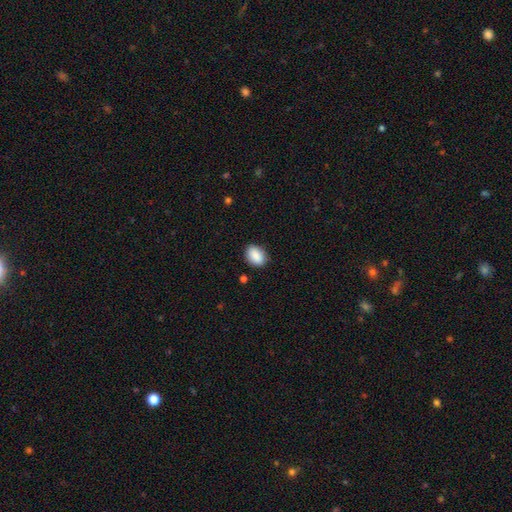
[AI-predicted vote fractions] A smooth galaxy with no disk features (89%) that is in between round and cigar-shaped (79%). Merging: none (85%).